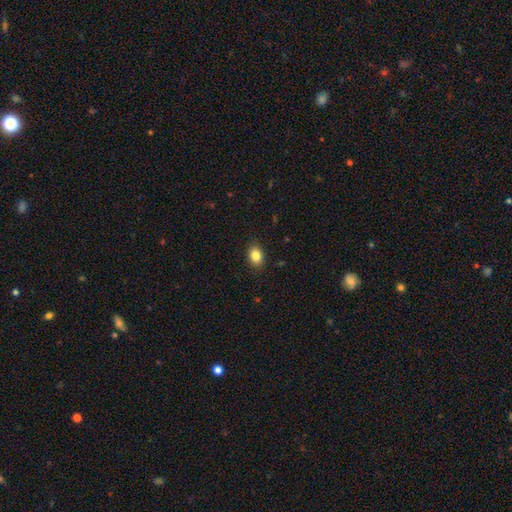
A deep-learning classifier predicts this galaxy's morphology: smooth_or_featured: smooth (p=0.85) [alt: star or artifact p=0.09]
how_rounded: in between (p=0.72) [alt: round p=0.27]
merging: none (p=0.88) [alt: minor disturbance p=0.09]